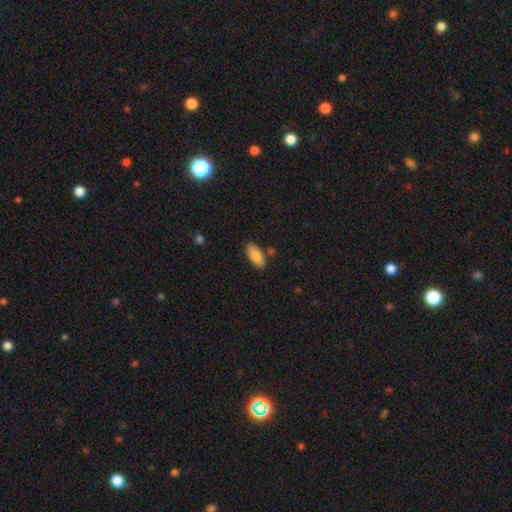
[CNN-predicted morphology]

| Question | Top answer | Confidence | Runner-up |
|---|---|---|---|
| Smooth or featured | smooth | 86% | featured or disk (7%) |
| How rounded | in between | 87% | cigar-shaped (11%) |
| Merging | none | 83% | minor disturbance (11%) |